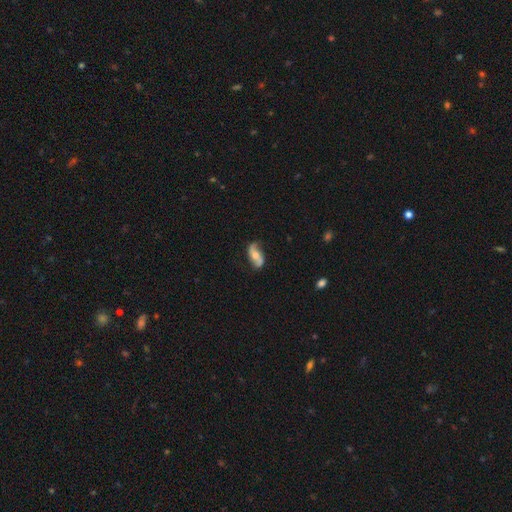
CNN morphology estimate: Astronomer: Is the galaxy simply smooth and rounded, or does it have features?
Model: featured or disk — 67%.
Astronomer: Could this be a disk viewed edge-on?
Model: no — 91%.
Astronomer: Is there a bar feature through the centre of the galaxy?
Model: no — 59%.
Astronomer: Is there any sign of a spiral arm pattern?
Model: yes — 87%.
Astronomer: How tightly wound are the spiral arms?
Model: loose — 74%.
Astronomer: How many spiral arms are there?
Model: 2 — 91%.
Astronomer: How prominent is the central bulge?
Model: moderate — 66%.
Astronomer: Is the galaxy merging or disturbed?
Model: none — 75%.